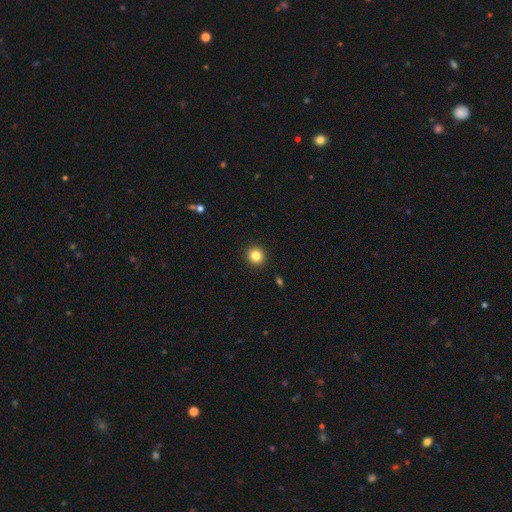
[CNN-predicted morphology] Smooth or featured? smooth (84%)
How rounded? round (91%)
Merging? none (92%)